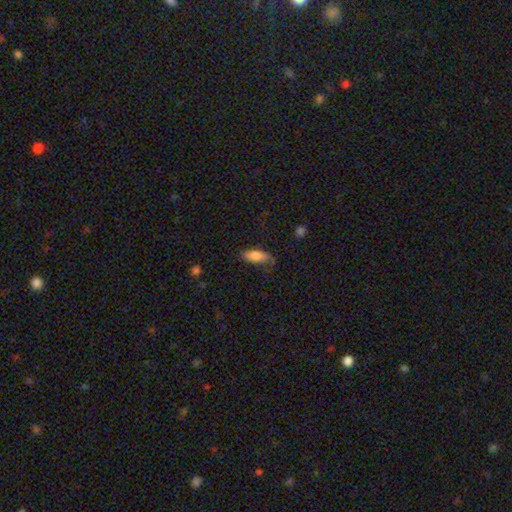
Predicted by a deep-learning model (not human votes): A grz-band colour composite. It shows a smooth galaxy with no disk features (82%) that is in between round and cigar-shaped (67%). Merging: none (75%).